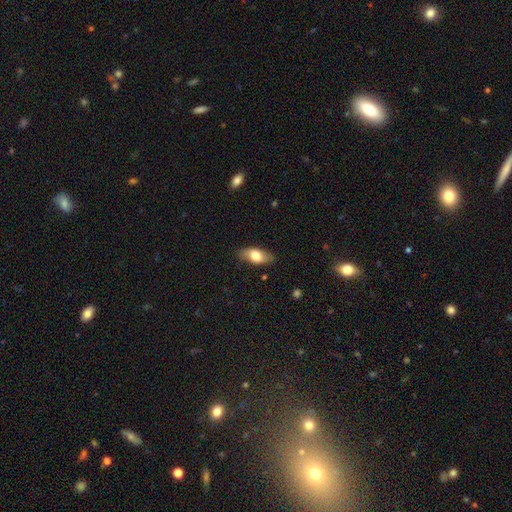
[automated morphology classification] This is likely a smooth galaxy (70%). How rounded: clearly in between (86%). Merging: clearly none (83%).